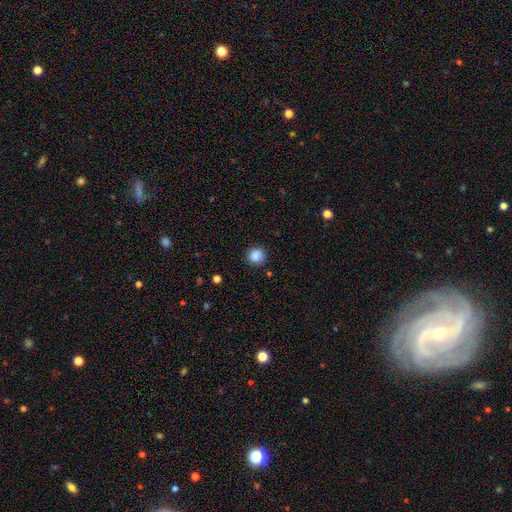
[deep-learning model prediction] smooth 86%, star or artifact 10%, featured or disk 4%. Down the decision tree: how rounded — round (91%); merging — none (87%).